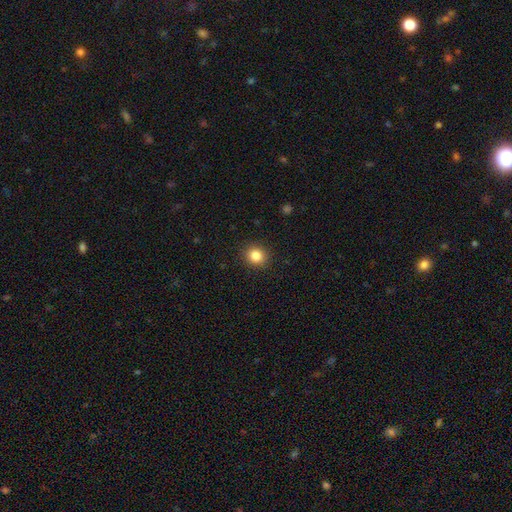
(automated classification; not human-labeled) Overall: smooth (84%). How rounded: round (84%). Merging: none (91%).